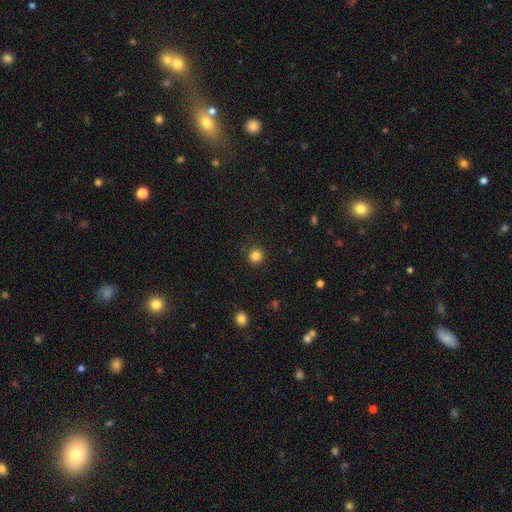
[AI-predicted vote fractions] The model was most divided on "smooth or featured": smooth: 84%, star or artifact: 12%, featured or disk: 4%. More confident: how rounded — round (93%); merging — none (90%).